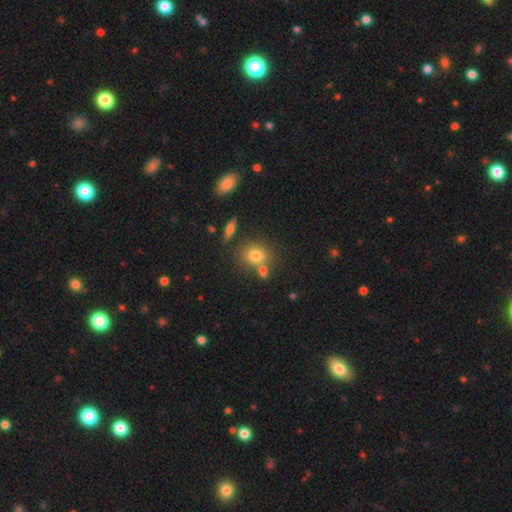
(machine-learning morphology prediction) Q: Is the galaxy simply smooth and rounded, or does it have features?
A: smooth — 77%.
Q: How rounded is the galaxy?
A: round — 66%.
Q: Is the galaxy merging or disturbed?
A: none — 63%.